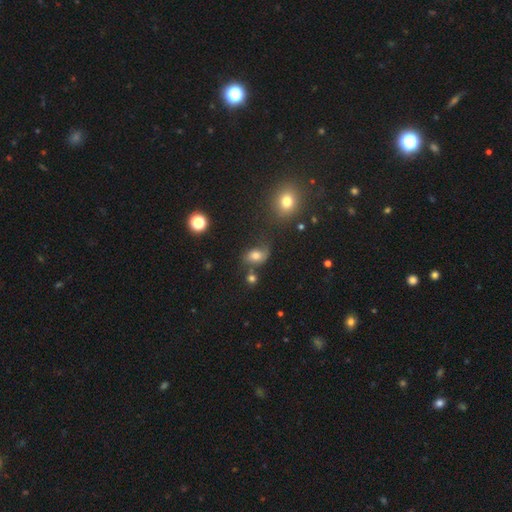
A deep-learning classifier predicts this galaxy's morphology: smooth-or-featured: smooth: 69% | featured or disk: 17% | star or artifact: 14%
  how-rounded: in between: 75% | round: 23% | cigar-shaped: 2%
  merging: none: 50% | minor disturbance: 25% | major disturbance: 13% | merger: 11%